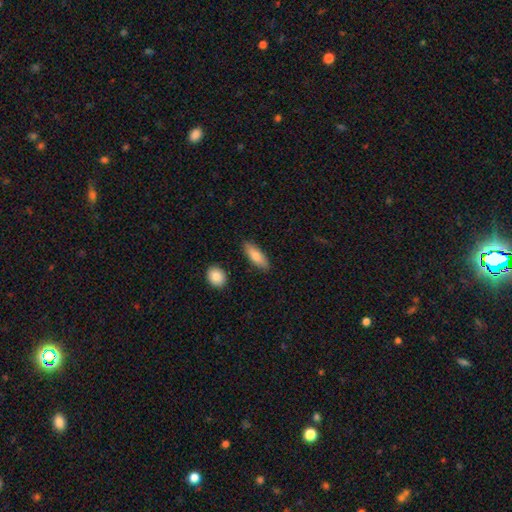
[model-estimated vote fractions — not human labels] This appears to be a smooth galaxy with no disk features (76%) that is in between round and cigar-shaped (61%). Merging: none (86%).